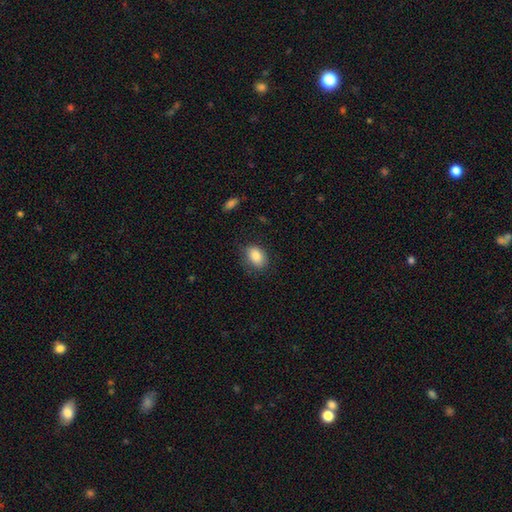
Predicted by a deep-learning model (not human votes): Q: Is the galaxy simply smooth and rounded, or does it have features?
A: smooth — 87%.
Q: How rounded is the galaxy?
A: in between — 80%.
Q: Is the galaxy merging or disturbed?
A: none — 76%.